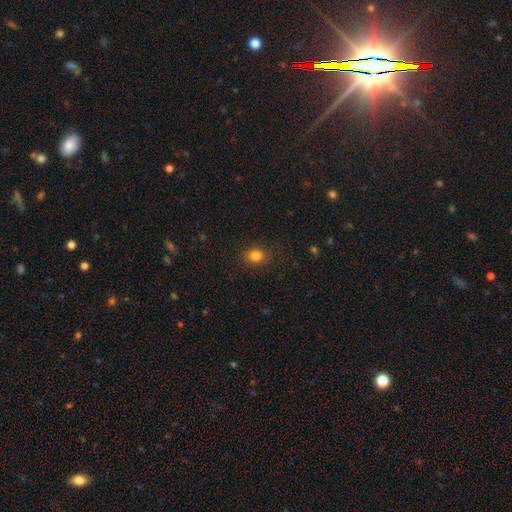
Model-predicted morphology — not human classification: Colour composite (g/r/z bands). It shows a smooth galaxy with no disk features (82%) that is round (54%). Merging: none (87%).